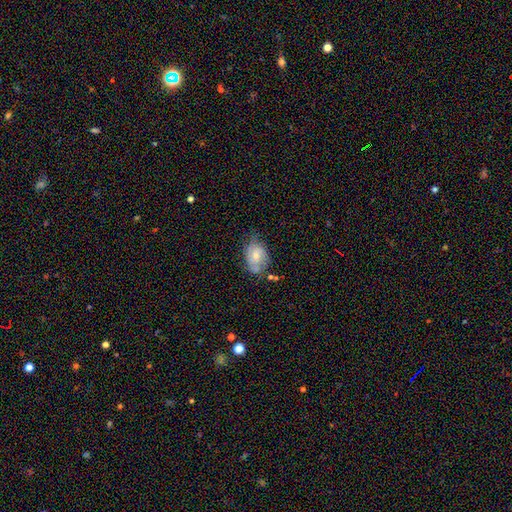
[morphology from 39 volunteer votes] This appears to be a smooth galaxy with no disk features (49%) that is in between round and cigar-shaped (89%). Merging: minor disturbance (43%).